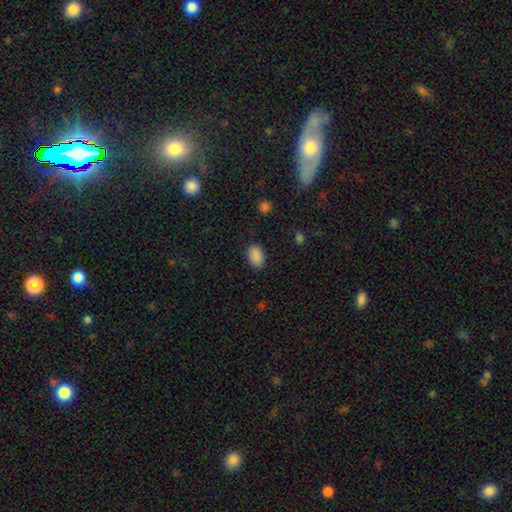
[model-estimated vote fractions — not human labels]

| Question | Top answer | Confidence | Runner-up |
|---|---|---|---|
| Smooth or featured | smooth | 89% | star or artifact (8%) |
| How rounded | in between | 89% | round (10%) |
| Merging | none | 86% | minor disturbance (10%) |